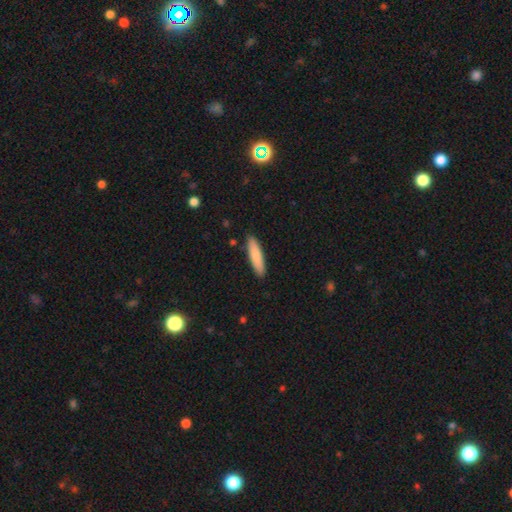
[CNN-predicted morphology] smooth 83%, featured or disk 12%, star or artifact 5%. Down the decision tree: how rounded — cigar-shaped (79%); merging — none (89%).